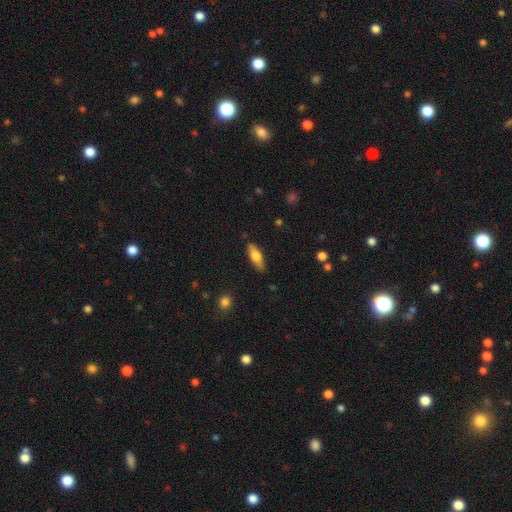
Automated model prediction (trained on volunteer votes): smooth-or-featured: smooth: 69% | featured or disk: 25% | star or artifact: 6%
  how-rounded: in between: 60% | cigar-shaped: 38% | round: 2%
  merging: none: 85% | minor disturbance: 12% | major disturbance: 2% | merger: 1%